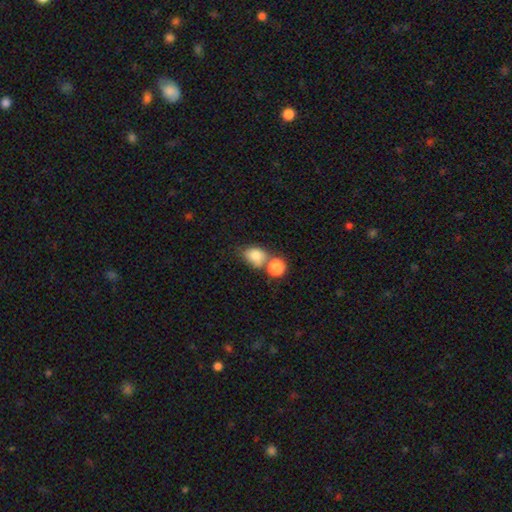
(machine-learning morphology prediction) A smooth galaxy with no disk features (80%) that is in between round and cigar-shaped (53%). Merging: none (41%).